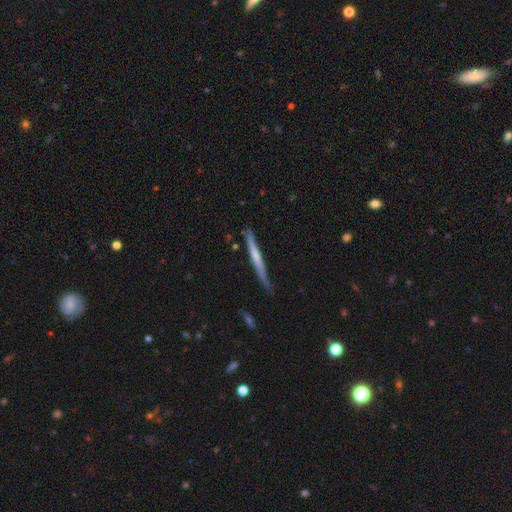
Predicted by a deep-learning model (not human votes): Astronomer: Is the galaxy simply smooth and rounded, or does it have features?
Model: featured or disk — 53% (runner-up: smooth, 41%).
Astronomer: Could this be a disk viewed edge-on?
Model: yes — 96%.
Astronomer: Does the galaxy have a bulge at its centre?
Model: none — 64%.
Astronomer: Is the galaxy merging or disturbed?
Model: none — 74%.